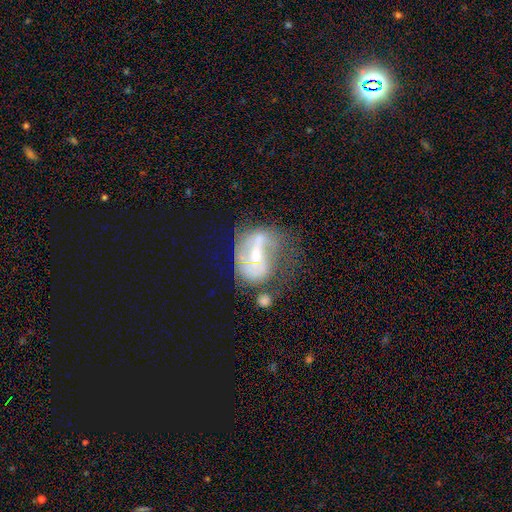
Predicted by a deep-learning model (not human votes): Smooth or featured: featured or disk — 69% (smooth — 21%)
Edge-on disk: no — 96% (yes — 4%)
Bar: weak — 41% (no — 34%)
Spiral arms: yes — 62% (no — 38%)
Bulge size: small — 47% (moderate — 42%)
Merging: major disturbance — 35% (none — 27%)